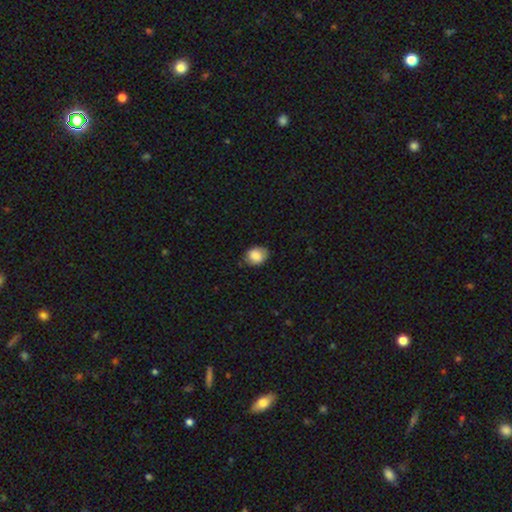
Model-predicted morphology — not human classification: Smooth or featured: smooth — 85% (featured or disk — 8%)
How rounded: in between — 58% (round — 41%)
Merging: none — 77% (minor disturbance — 19%)